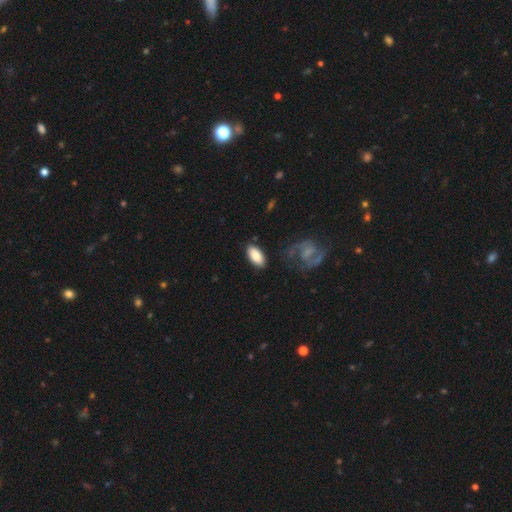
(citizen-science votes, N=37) Morphology: type=smooth (84%); roundness=in between (97%); merging=none (89%).